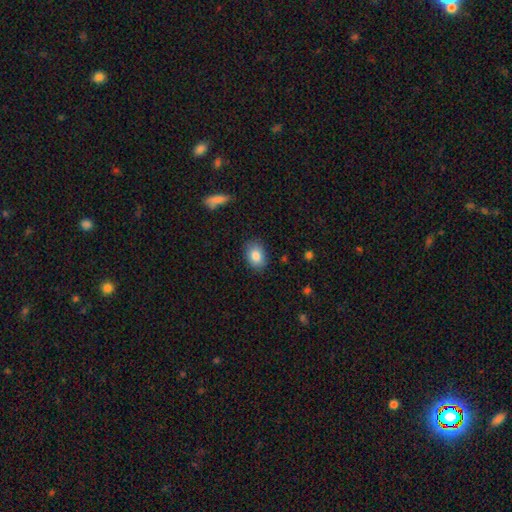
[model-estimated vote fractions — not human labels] A smooth galaxy with no disk features (84%) that is in between round and cigar-shaped (78%). Merging: none (86%).